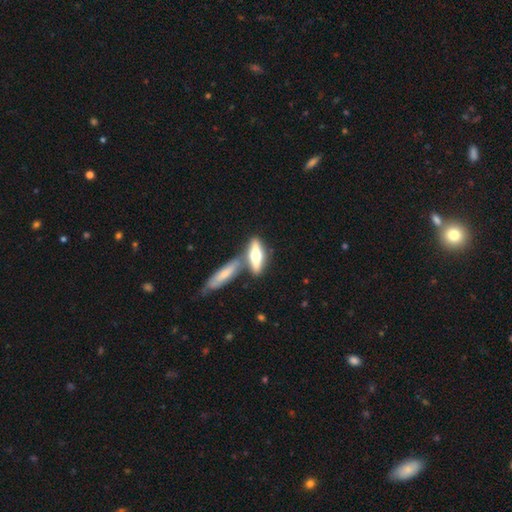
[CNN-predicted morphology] smooth_or_featured: smooth (p=0.49) [alt: featured or disk p=0.45]
merging: none (p=0.53) [alt: merger p=0.32]